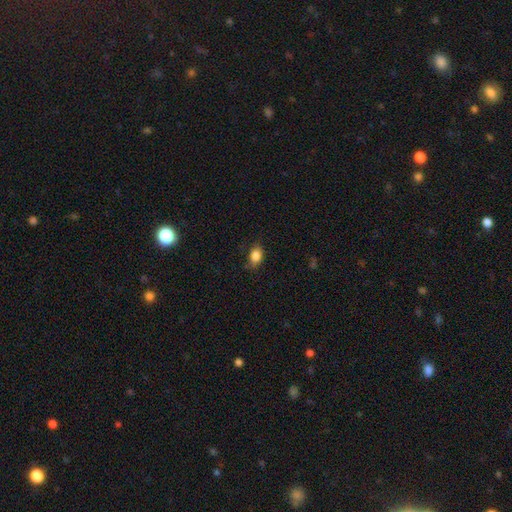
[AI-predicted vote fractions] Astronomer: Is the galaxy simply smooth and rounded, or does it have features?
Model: smooth — 85%.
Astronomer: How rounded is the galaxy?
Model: in between — 77%.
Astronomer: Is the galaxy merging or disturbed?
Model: none — 73%.